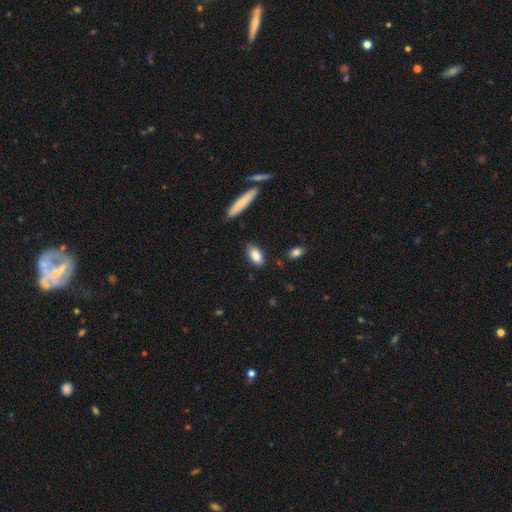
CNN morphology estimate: Overall: smooth (86%). How rounded: in between (86%). Merging: none (84%).